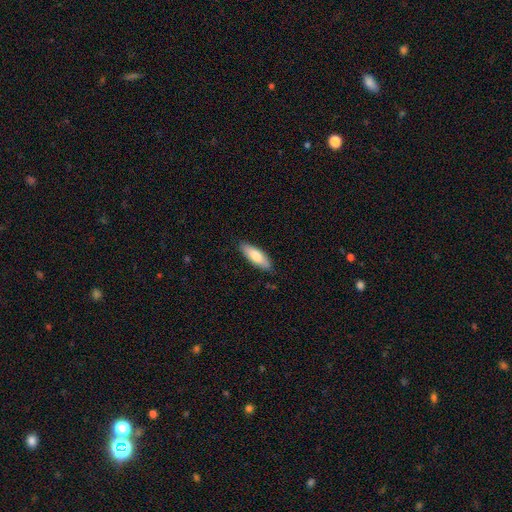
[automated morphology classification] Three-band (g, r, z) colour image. It shows a smooth galaxy with no disk features (77%) that is in between round and cigar-shaped (64%). Merging: none (85%).